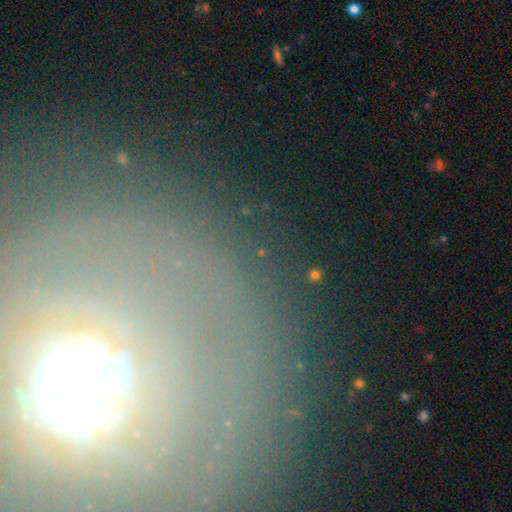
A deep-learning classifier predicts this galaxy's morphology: Smooth or featured? Predicted: featured or disk (p=0.49). Merging? Predicted: none (p=0.78).